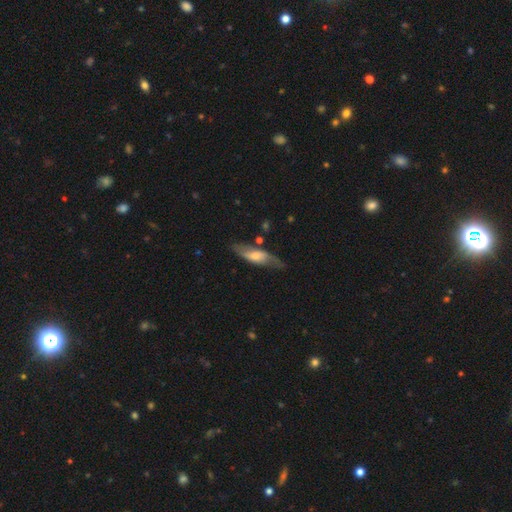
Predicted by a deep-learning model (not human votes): featured or disk 49%, smooth 46%, star or artifact 6%. Down the decision tree: merging — none (67%).